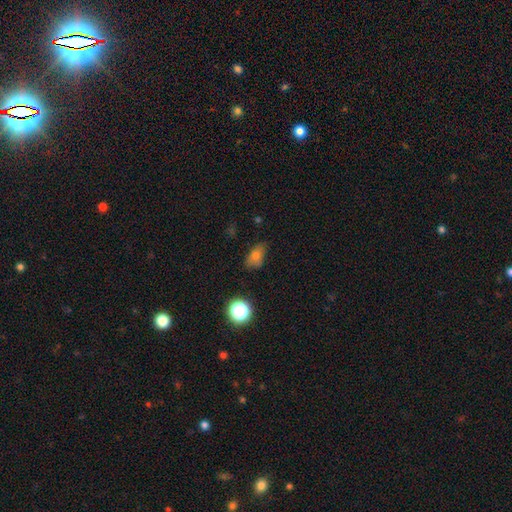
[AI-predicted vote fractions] A smooth galaxy with no disk features (73%) that is in between round and cigar-shaped (81%).

Vote fractions:
- Smooth or featured? smooth: 73% / featured or disk: 14% / star or artifact: 13%
- How rounded? in between: 81% / round: 16% / cigar-shaped: 3%
- Merging? none: 67% / minor disturbance: 25% / major disturbance: 6% / merger: 2%